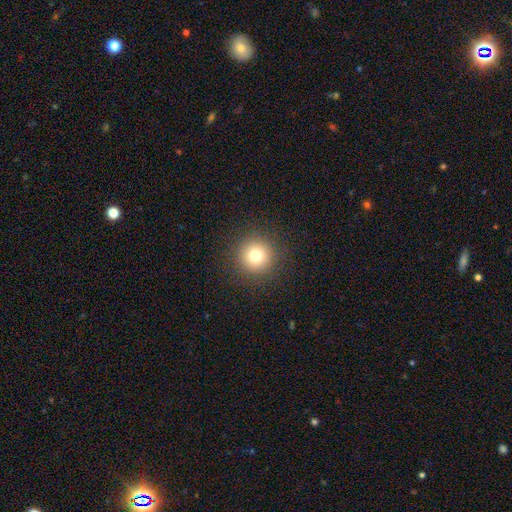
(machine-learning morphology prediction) Smooth or featured? smooth (77%)
How rounded? round (95%)
Merging? none (91%)